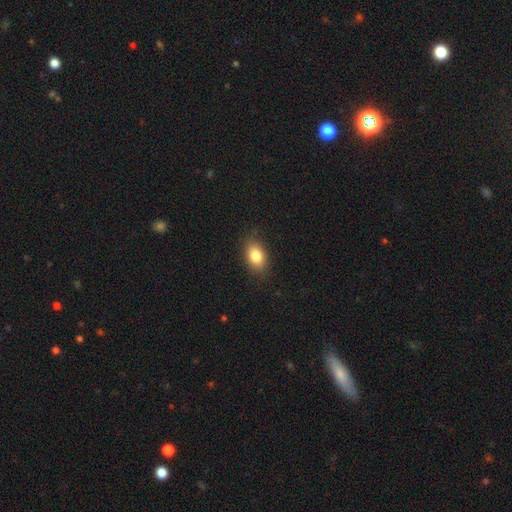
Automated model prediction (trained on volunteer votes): A smooth galaxy with no disk features (83%) that is in between round and cigar-shaped (85%). Merging: none (86%).